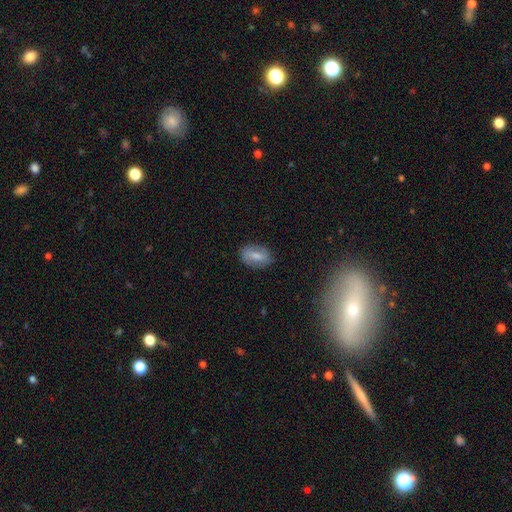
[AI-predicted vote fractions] smooth_or_featured: smooth (p=0.65) [alt: featured or disk p=0.27]
how_rounded: in between (p=0.86) [alt: round p=0.11]
merging: none (p=0.79) [alt: minor disturbance p=0.16]